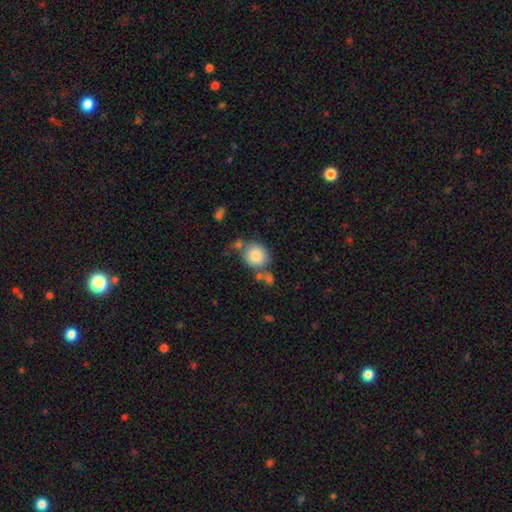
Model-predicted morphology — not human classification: smooth 83%, star or artifact 8%, featured or disk 8%. Down the decision tree: how rounded — round (86%); merging — none (63%).